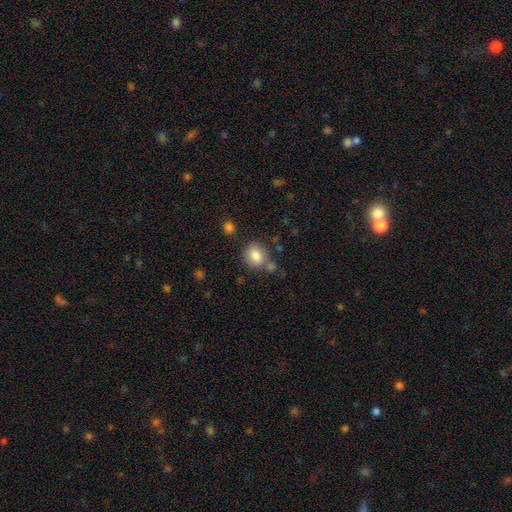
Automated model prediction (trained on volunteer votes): Smooth or featured? smooth (83%)
How rounded? round (66%)
Merging? none (67%)